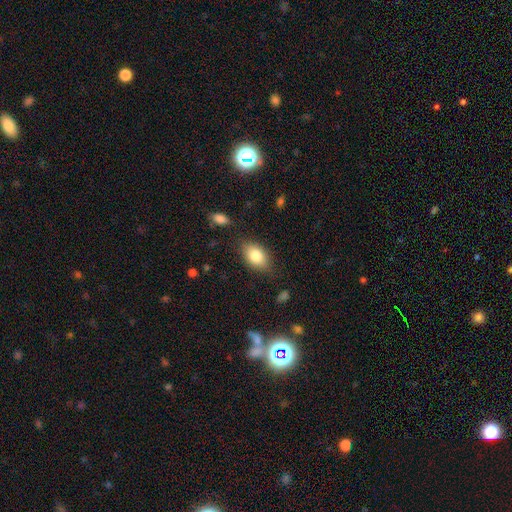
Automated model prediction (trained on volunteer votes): This is clearly a smooth galaxy (82%). How rounded: clearly in between (88%). Merging: clearly none (81%).